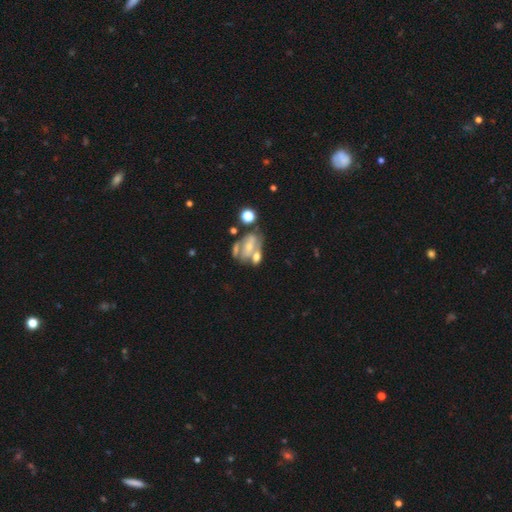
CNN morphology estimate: Smooth or featured: featured or disk — 59% (smooth — 30%)
Edge-on disk: no — 93% (yes — 7%)
Bar: no — 57% (weak — 25%)
Spiral arms: no — 56% (yes — 44%)
Bulge size: small — 50% (moderate — 39%)
Merging: merger — 44% (none — 29%)